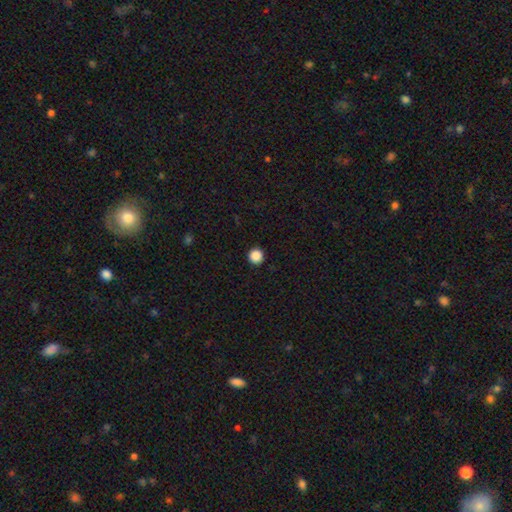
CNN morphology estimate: type=smooth (87%); roundness=round (96%); merging=none (93%).